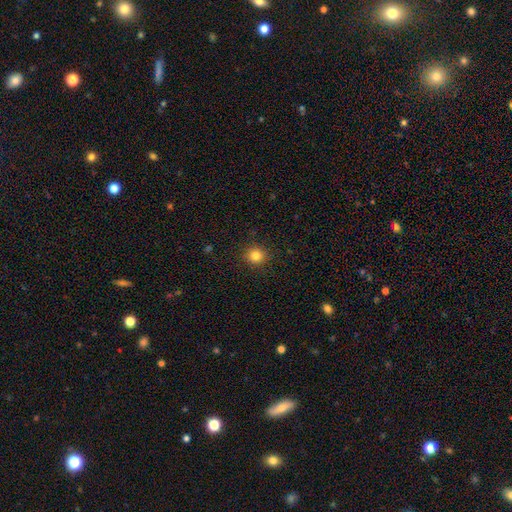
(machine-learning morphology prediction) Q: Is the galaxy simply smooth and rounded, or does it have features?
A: smooth — 83%.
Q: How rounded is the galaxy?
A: round — 91%.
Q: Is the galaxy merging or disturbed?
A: none — 91%.